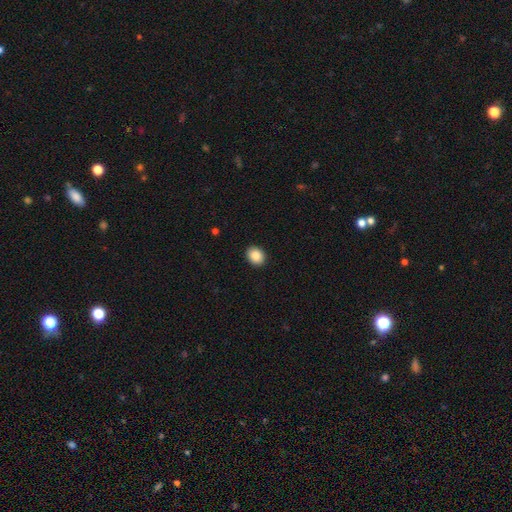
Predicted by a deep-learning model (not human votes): Overall: smooth (89%). How rounded: in between (51%; round 48%). Merging: none (91%).